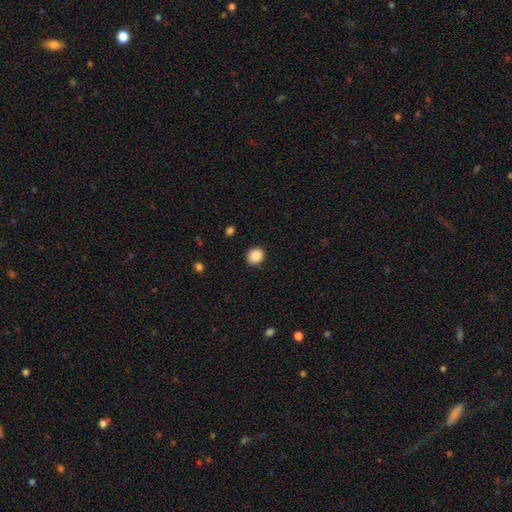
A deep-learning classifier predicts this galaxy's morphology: smooth-or-featured: smooth: 89% | star or artifact: 9% | featured or disk: 3%
  how-rounded: round: 75% | in between: 24% | cigar-shaped: 1%
  merging: none: 89% | minor disturbance: 8% | major disturbance: 2% | merger: 1%